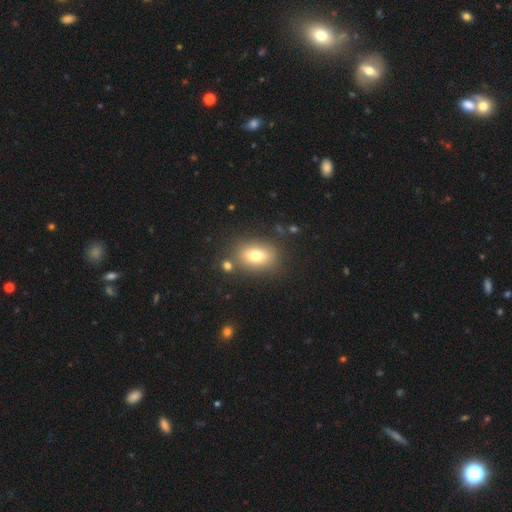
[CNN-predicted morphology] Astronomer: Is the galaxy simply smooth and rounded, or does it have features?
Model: smooth — 75%.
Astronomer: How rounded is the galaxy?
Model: in between — 78%.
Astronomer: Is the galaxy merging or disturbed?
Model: none — 78%.